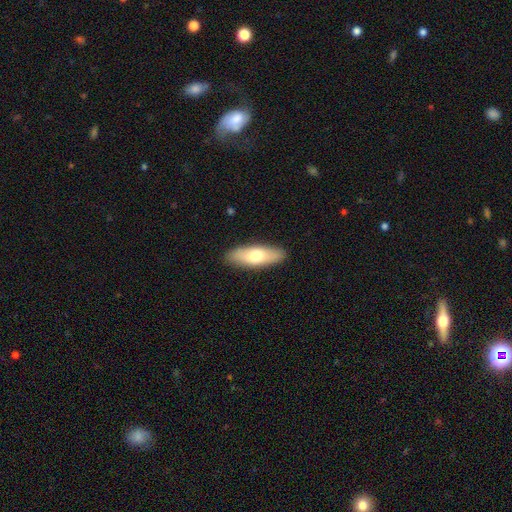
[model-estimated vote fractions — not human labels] Smooth or featured? smooth (69%)
How rounded? in between (62%)
Merging? none (89%)